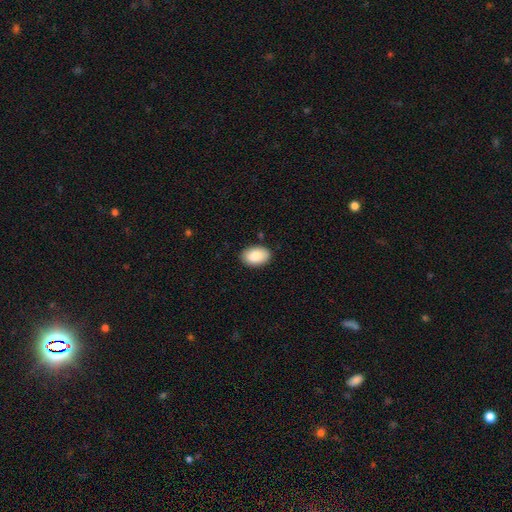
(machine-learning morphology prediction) Smooth or featured: smooth — 88% (star or artifact — 6%)
How rounded: in between — 90% (round — 9%)
Merging: none — 87% (minor disturbance — 10%)